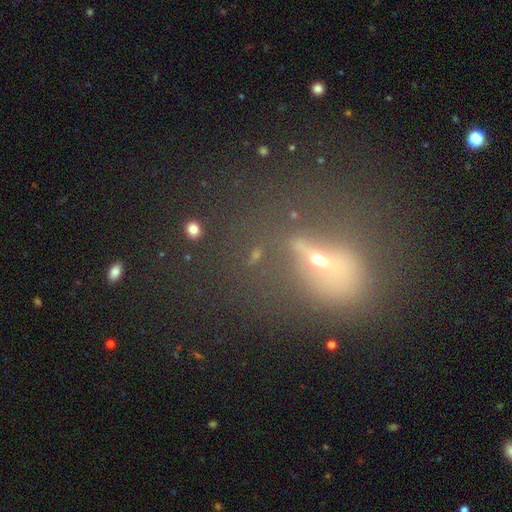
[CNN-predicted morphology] Smooth or featured: smooth — 41% (star or artifact — 39%)
Merging: none — 65% (merger — 13%)